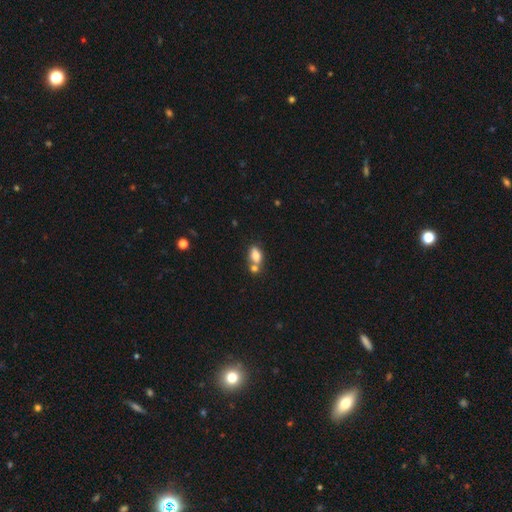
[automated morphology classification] smooth-or-featured: smooth: 80% | featured or disk: 11% | star or artifact: 9%
  how-rounded: in between: 85% | round: 12% | cigar-shaped: 4%
  merging: none: 44% | merger: 41% | minor disturbance: 11% | major disturbance: 4%